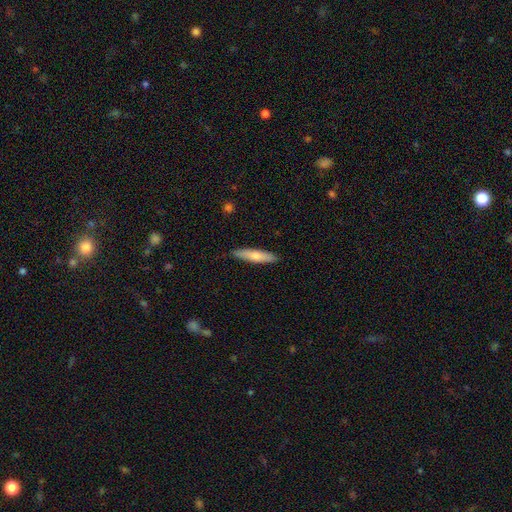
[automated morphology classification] The model was most divided on "smooth or featured": smooth: 69%, featured or disk: 25%, star or artifact: 5%. More confident: merging — none (88%); how rounded — cigar-shaped (80%).